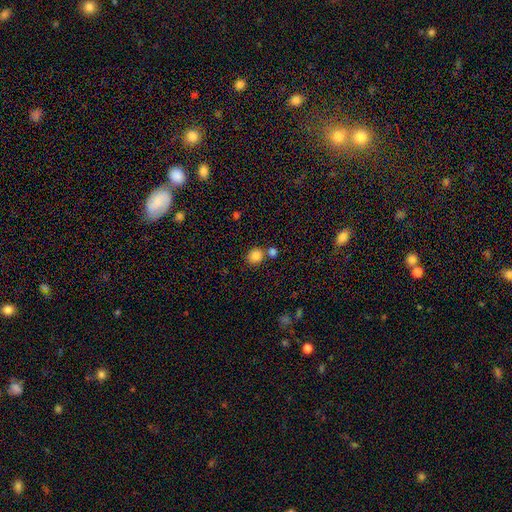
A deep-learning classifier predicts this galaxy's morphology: Smooth or featured?
  - smooth: 85% *
  - star or artifact: 10%
  - featured or disk: 4%
How rounded?
  - round: 84% *
  - in between: 15%
  - cigar-shaped: 1%
Merging?
  - none: 63% *
  - merger: 24%
  - minor disturbance: 10%
  - major disturbance: 4%